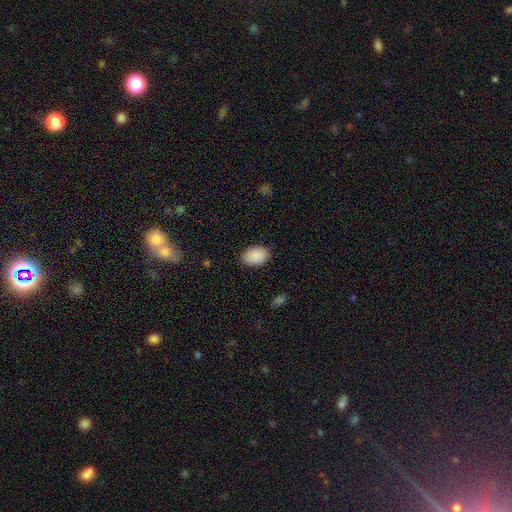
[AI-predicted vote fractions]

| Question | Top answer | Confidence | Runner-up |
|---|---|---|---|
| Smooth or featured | smooth | 90% | star or artifact (7%) |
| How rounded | in between | 80% | round (19%) |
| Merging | none | 80% | minor disturbance (16%) |